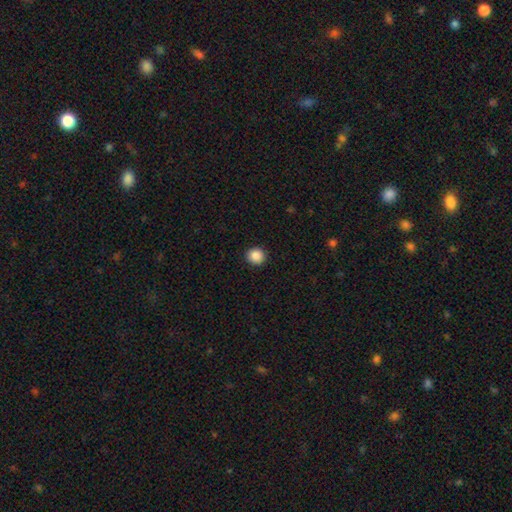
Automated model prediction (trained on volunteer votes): A smooth galaxy with no disk features (88%) that is round (92%). Merging: none (93%).